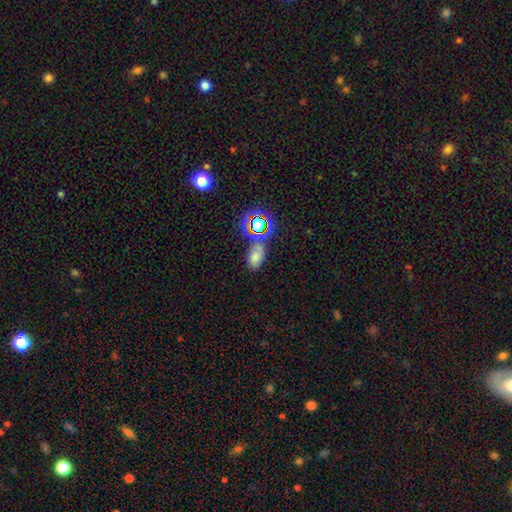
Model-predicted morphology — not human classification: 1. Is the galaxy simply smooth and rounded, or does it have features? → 61% smooth, 28% star or artifact, 12% featured or disk.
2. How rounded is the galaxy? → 88% in between, 10% round, 2% cigar-shaped.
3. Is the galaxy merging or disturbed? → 50% none, 20% minor disturbance, 20% merger, 10% major disturbance.